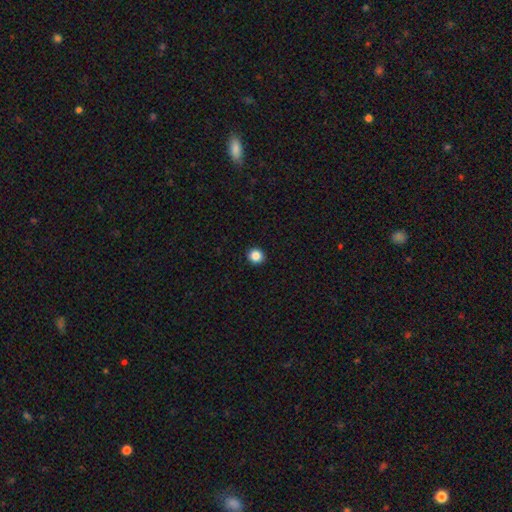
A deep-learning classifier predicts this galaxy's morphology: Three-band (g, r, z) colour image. It shows a smooth galaxy with no disk features (86%) that is round (93%). Merging: none (94%).